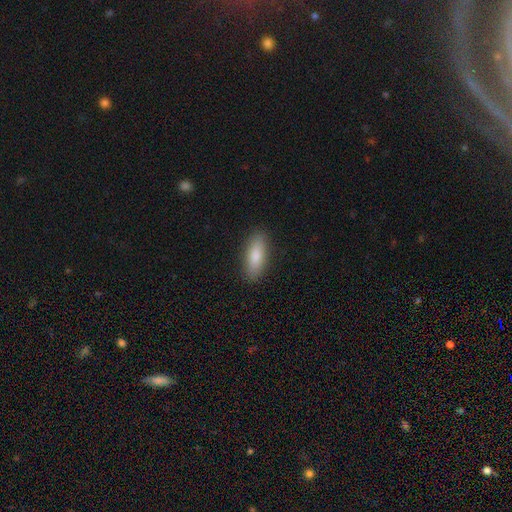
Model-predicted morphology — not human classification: smooth-or-featured: smooth: 83% | featured or disk: 12% | star or artifact: 6%
  how-rounded: in between: 59% | cigar-shaped: 38% | round: 2%
  merging: none: 89% | minor disturbance: 8% | major disturbance: 2% | merger: 1%